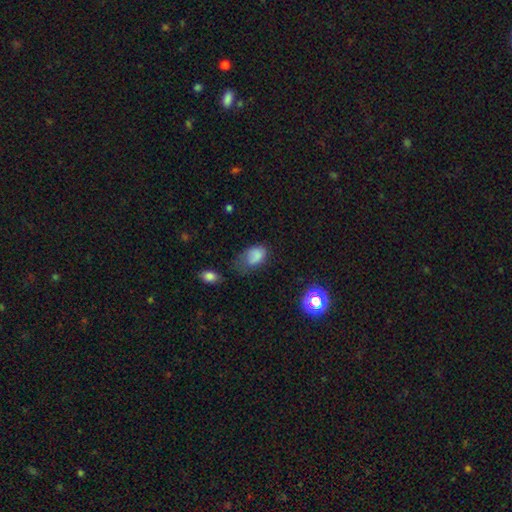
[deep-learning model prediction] This is likely a smooth galaxy (78%). How rounded: clearly in between (83%). Merging: marginally minor disturbance (35%).